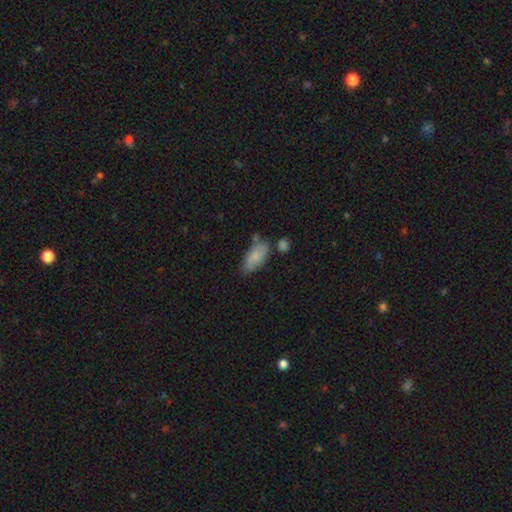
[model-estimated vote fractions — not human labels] This is likely a smooth galaxy (78%). How rounded: clearly in between (88%). Merging: possibly none (58%).